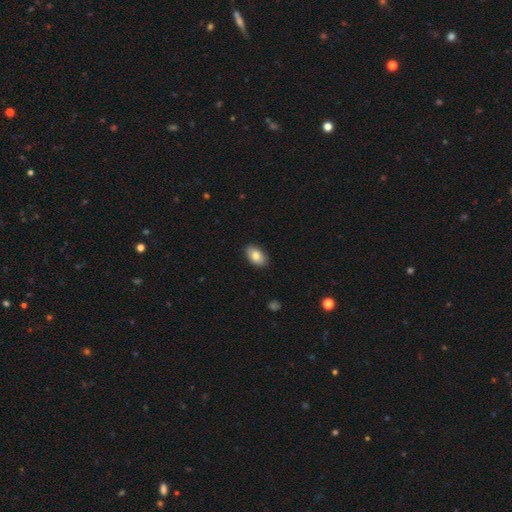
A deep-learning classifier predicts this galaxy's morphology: smooth_or_featured: smooth (p=0.82) [alt: featured or disk p=0.11]
how_rounded: in between (p=0.92) [alt: round p=0.06]
merging: none (p=0.87) [alt: minor disturbance p=0.10]